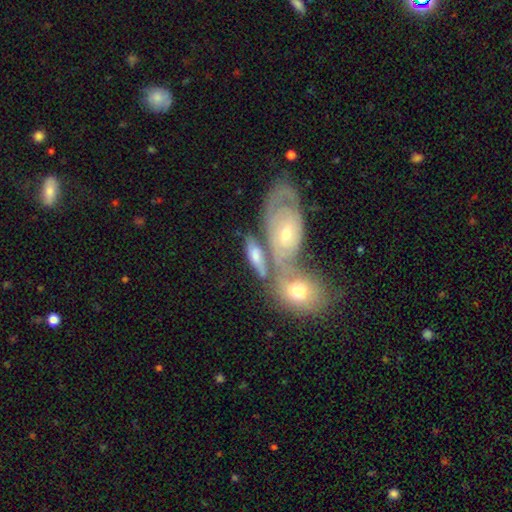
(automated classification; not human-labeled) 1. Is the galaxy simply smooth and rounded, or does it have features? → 48% smooth, 44% featured or disk, 8% star or artifact.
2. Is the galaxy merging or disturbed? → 43% merger, 36% none, 13% minor disturbance, 7% major disturbance.